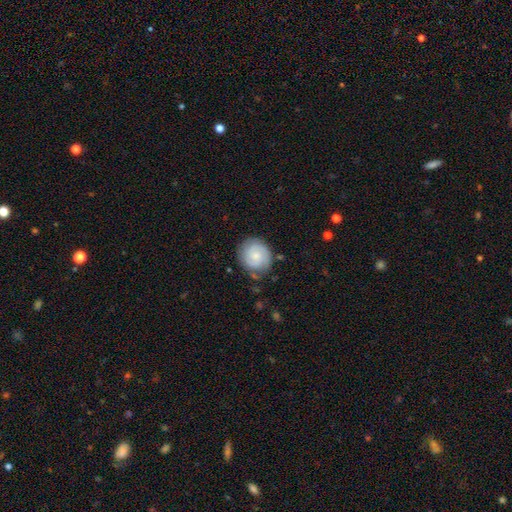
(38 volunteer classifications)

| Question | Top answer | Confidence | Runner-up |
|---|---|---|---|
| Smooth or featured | featured or disk | 66% | smooth (32%) |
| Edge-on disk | no | 92% | yes (8%) |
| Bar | no | 61% | weak (35%) |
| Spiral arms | yes | 96% | no (4%) |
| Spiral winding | tight | 73% | medium (14%) |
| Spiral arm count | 2 | 59% | can't tell (23%) |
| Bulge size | small | 52% | moderate (26%) |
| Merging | none | 78% | minor disturbance (8%) |